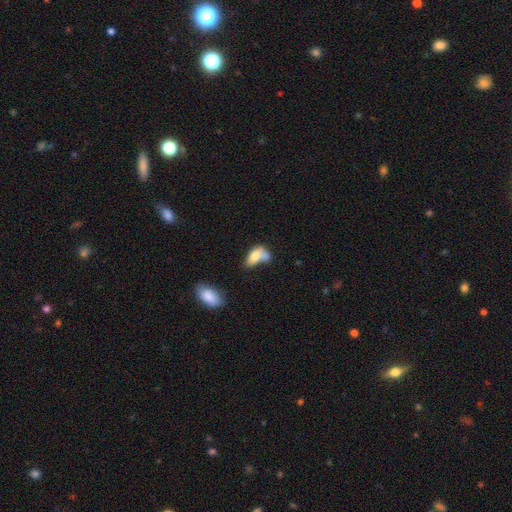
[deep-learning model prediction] smooth 72%, featured or disk 20%, star or artifact 8%. Down the decision tree: how rounded — in between (87%); merging — merger (37%).